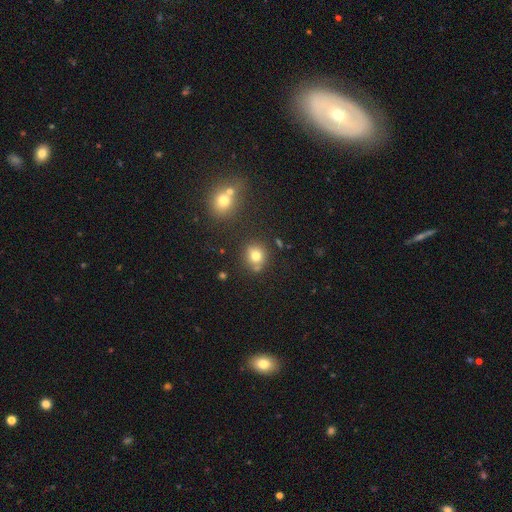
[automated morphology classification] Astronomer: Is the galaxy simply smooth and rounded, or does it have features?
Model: smooth — 74%.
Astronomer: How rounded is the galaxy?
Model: round — 83%.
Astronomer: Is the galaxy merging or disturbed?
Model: none — 72%.